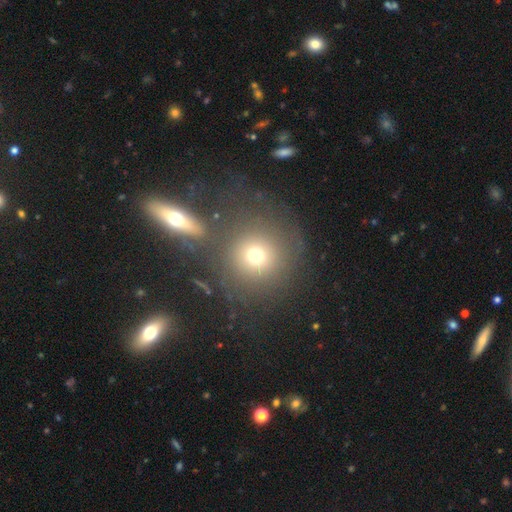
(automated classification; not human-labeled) smooth 69%, star or artifact 17%, featured or disk 14%. Down the decision tree: how rounded — round (91%); merging — none (67%).